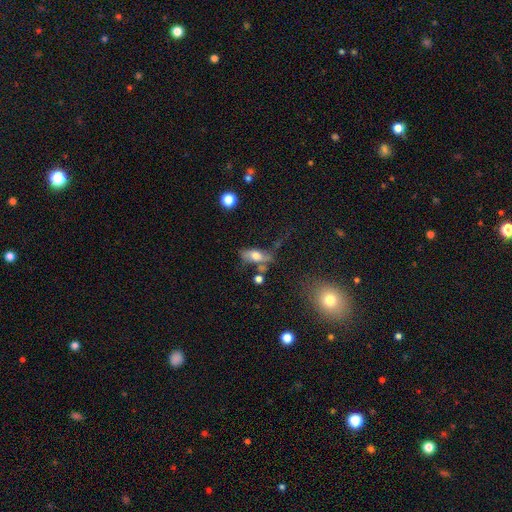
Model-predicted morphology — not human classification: Smooth or featured: smooth — 54% (featured or disk — 35%)
How rounded: in between — 77% (cigar-shaped — 17%)
Merging: none — 38% (minor disturbance — 24%)